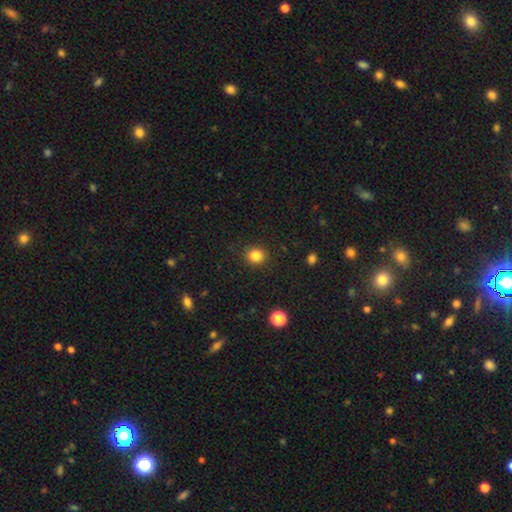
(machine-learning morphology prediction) smooth 84%, star or artifact 11%, featured or disk 4%. Down the decision tree: how rounded — round (84%); merging — none (89%).